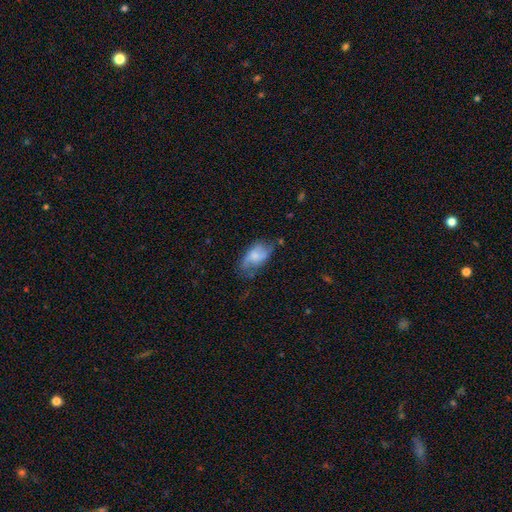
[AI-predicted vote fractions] smooth 57%, featured or disk 35%, star or artifact 8%. Down the decision tree: how rounded — in between (90%); merging — none (42%).